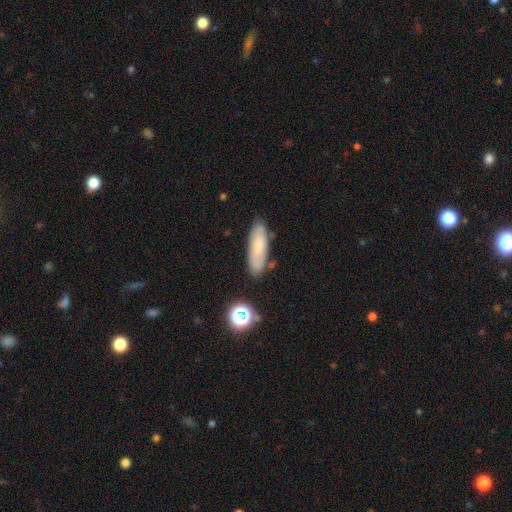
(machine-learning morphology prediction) Smooth or featured? Predicted: smooth (p=0.76). How rounded? Predicted: in between (p=0.51). Merging? Predicted: none (p=0.79).